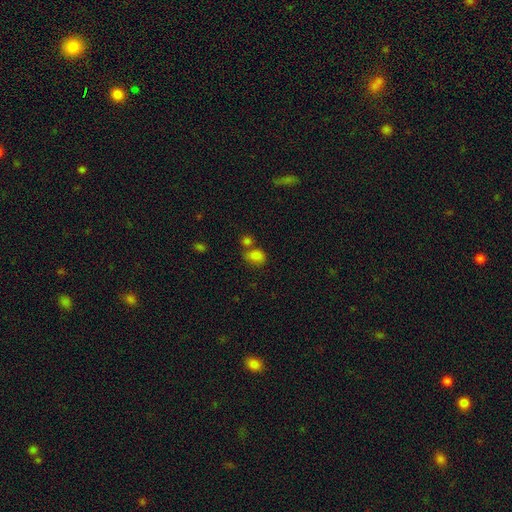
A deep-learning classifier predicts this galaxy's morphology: A smooth galaxy with no disk features (81%) that is in between round and cigar-shaped (67%). Merging: none (46%).